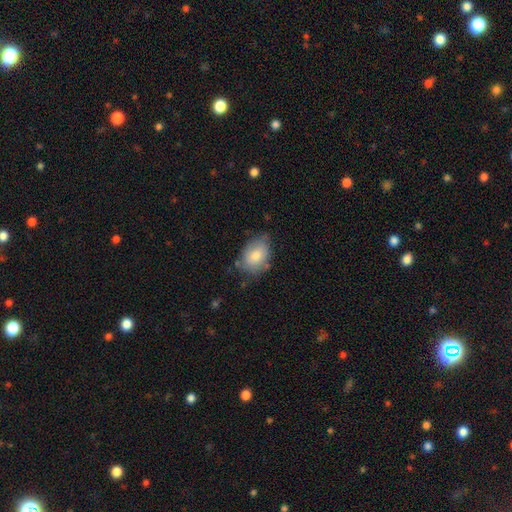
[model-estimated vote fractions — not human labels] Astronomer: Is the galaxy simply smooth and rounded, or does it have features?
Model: smooth — 76%.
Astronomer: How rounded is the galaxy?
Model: in between — 76%.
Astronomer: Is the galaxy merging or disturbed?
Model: none — 62%.